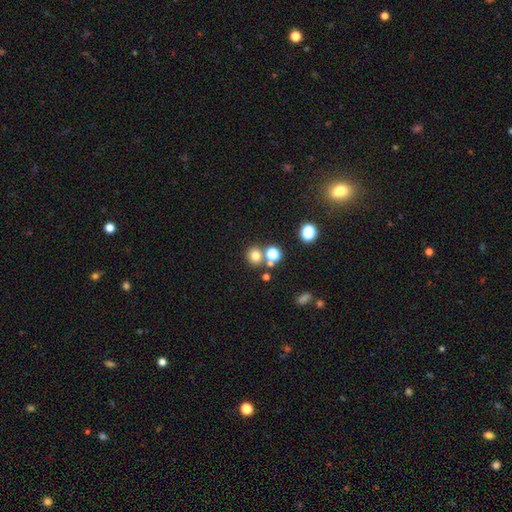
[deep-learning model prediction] smooth-or-featured: smooth: 75% | star or artifact: 18% | featured or disk: 7%
  how-rounded: round: 83% | in between: 16% | cigar-shaped: 1%
  merging: none: 68% | merger: 20% | minor disturbance: 8% | major disturbance: 3%